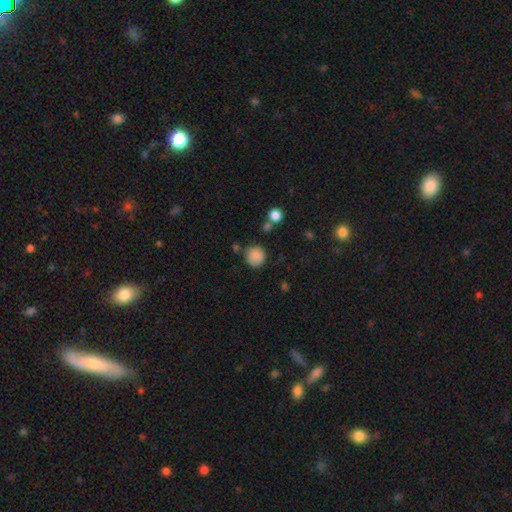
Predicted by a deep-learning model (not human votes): A smooth galaxy with no disk features (85%) that is round (89%). Merging: none (78%).